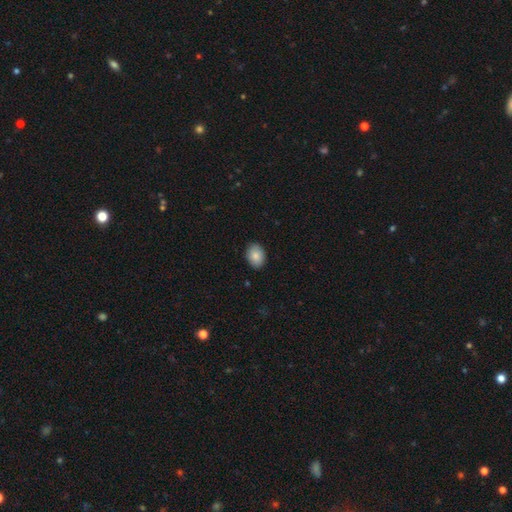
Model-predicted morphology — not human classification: A smooth galaxy with no disk features (87%) that is in between round and cigar-shaped (73%). Merging: none (88%).